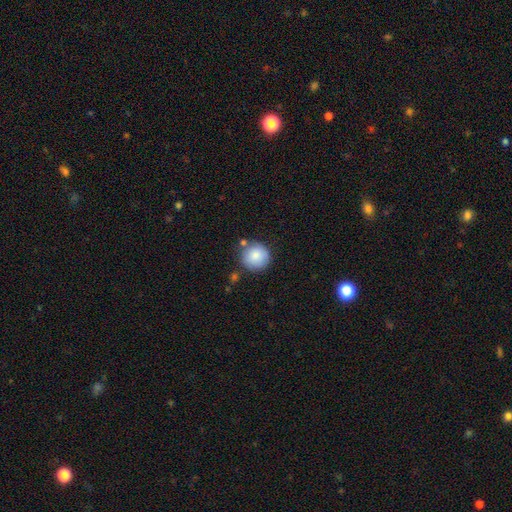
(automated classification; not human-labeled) A smooth galaxy with no disk features (85%) that is round (94%). Merging: none (76%).